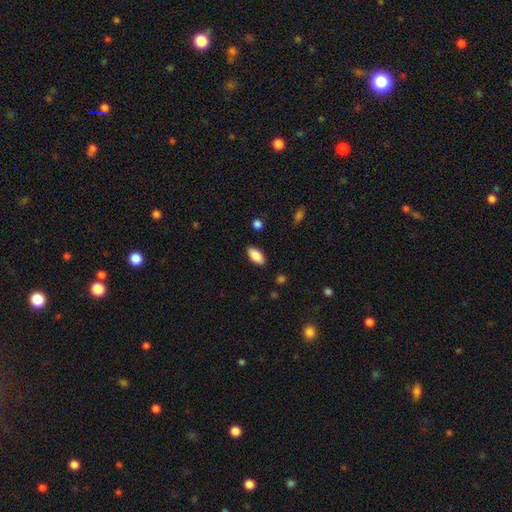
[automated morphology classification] Overall: smooth (88%). How rounded: in between (92%). Merging: none (87%).